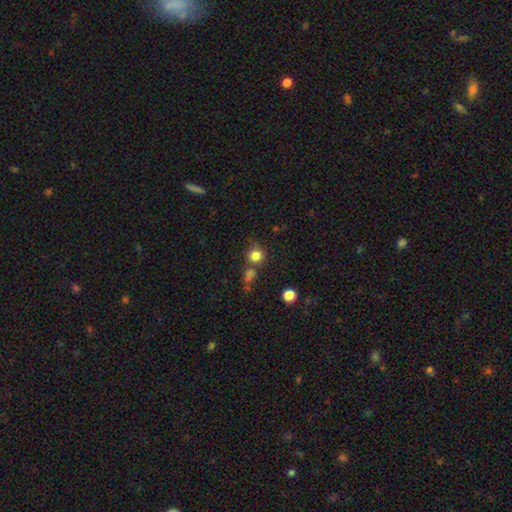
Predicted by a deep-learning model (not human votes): smooth 82%, star or artifact 12%, featured or disk 6%. Down the decision tree: how rounded — round (92%); merging — none (69%).